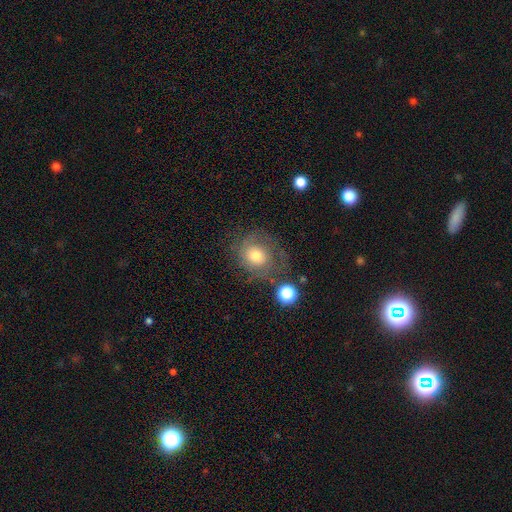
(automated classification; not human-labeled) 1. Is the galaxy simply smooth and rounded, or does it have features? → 50% smooth, 38% featured or disk, 12% star or artifact.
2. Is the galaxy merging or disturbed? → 58% none, 20% minor disturbance, 18% major disturbance, 4% merger.